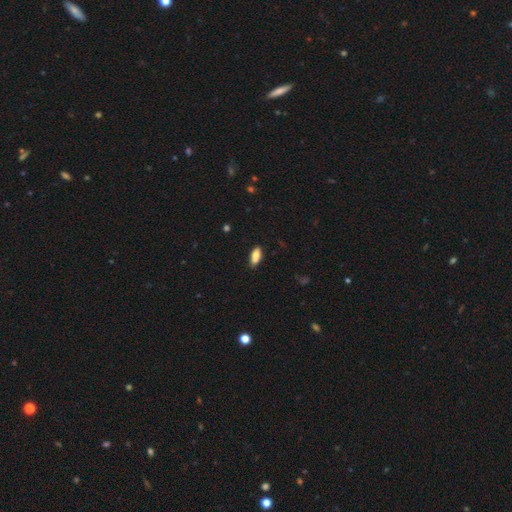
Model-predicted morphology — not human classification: Smooth or featured? smooth (81%)
How rounded? in between (81%)
Merging? none (74%)